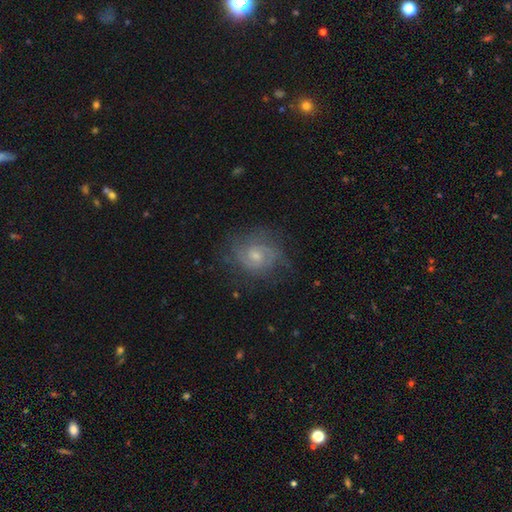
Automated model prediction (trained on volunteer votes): featured or disk 75%, smooth 16%, star or artifact 9%. Down the decision tree: edge-on disk — no (98%); bar — no (57%); spiral arms — yes (93%); spiral arm count — 2 (55%); spiral winding — tight (47%); bulge size — small (54%); merging — none (72%).